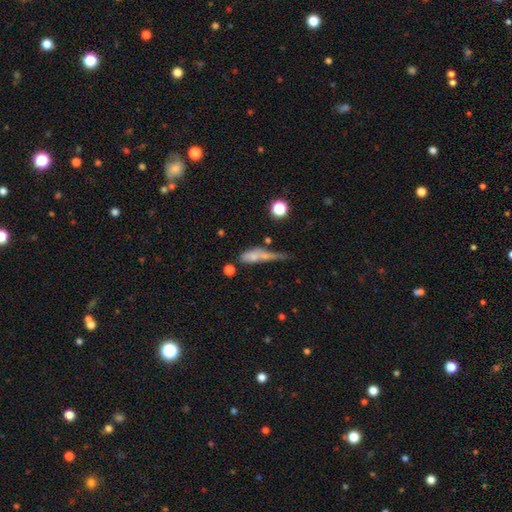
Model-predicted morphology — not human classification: Smooth or featured? Predicted: smooth (p=0.59). How rounded? Predicted: cigar-shaped (p=0.56). Merging? Predicted: none (p=0.29).